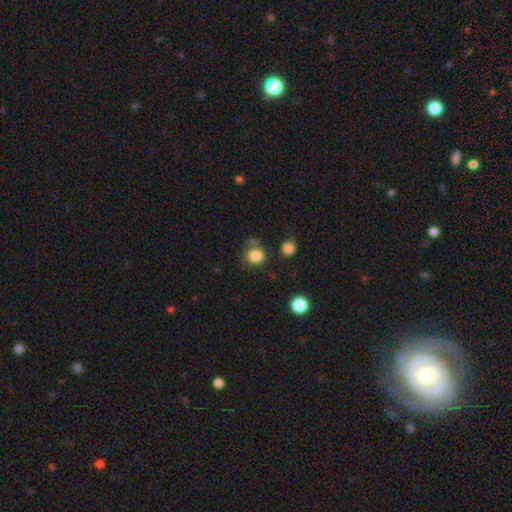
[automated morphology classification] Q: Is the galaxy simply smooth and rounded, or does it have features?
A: smooth — 83%.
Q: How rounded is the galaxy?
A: round — 87%.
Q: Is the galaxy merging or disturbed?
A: none — 70%.